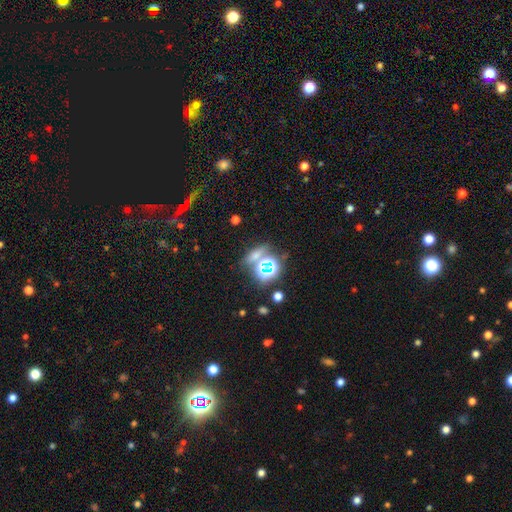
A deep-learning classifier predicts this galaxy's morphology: The model was most divided on "smooth or featured": star or artifact: 46%, smooth: 41%, featured or disk: 14%.